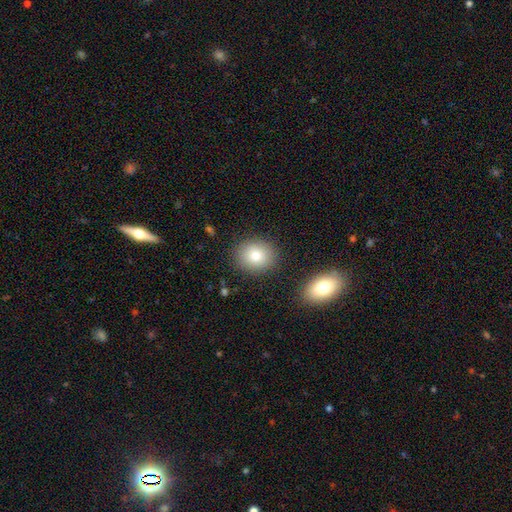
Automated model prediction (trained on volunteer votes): A smooth galaxy with no disk features (80%) that is round (66%).

Vote fractions:
- Smooth or featured? smooth: 80% / star or artifact: 10% / featured or disk: 10%
- How rounded? round: 66% / in between: 33% / cigar-shaped: 1%
- Merging? none: 85% / minor disturbance: 8% / merger: 4% / major disturbance: 3%